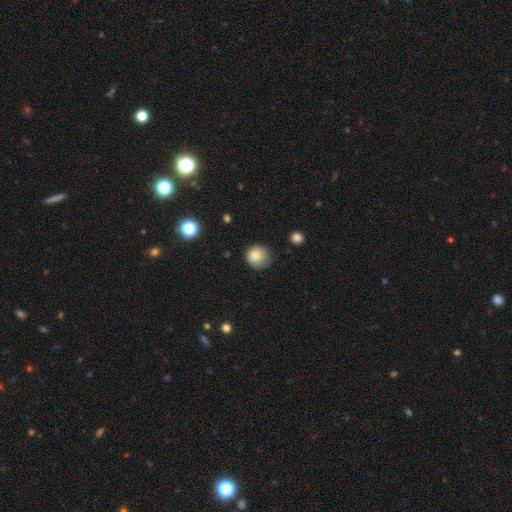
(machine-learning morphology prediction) smooth-or-featured: smooth: 83% | star or artifact: 9% | featured or disk: 7%
  how-rounded: round: 87% | in between: 12% | cigar-shaped: 1%
  merging: none: 74% | minor disturbance: 21% | major disturbance: 4% | merger: 2%